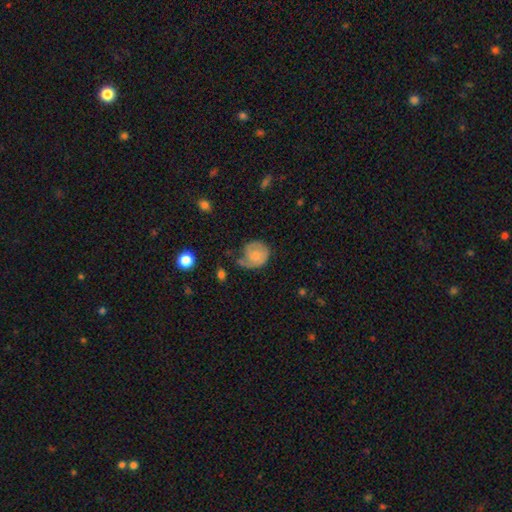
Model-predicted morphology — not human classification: Q: Smooth or featured?
A: smooth (60%); runner-up: featured or disk (33%)
Q: How rounded?
A: round (76%); runner-up: in between (23%)
Q: Merging?
A: none (40%); runner-up: minor disturbance (34%)